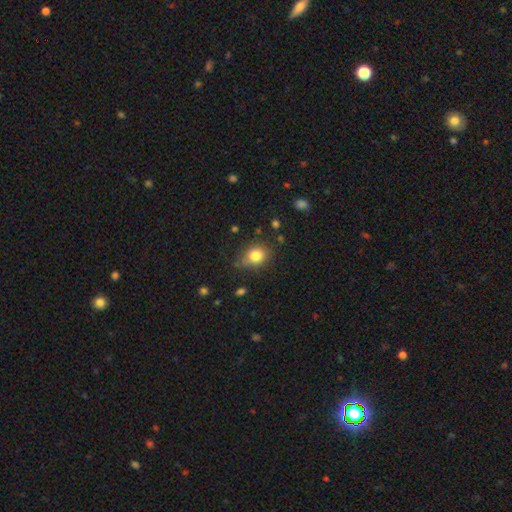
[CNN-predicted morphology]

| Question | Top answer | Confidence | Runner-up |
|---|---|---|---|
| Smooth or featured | smooth | 82% | star or artifact (11%) |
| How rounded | round | 64% | in between (35%) |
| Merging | none | 71% | minor disturbance (21%) |